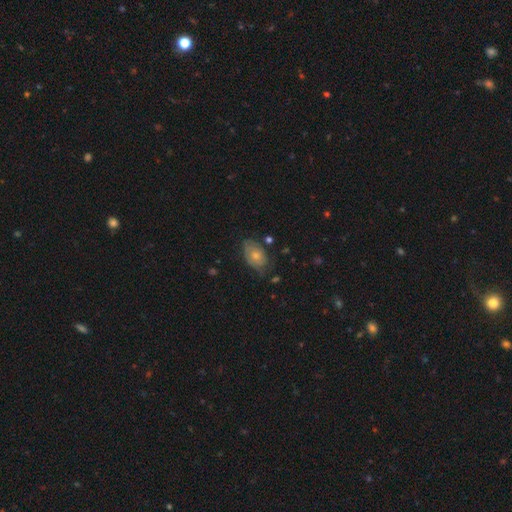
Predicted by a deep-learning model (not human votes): smooth_or_featured: smooth (p=0.57) [alt: featured or disk p=0.35]
how_rounded: in between (p=0.85) [alt: round p=0.13]
merging: none (p=0.55) [alt: minor disturbance p=0.32]